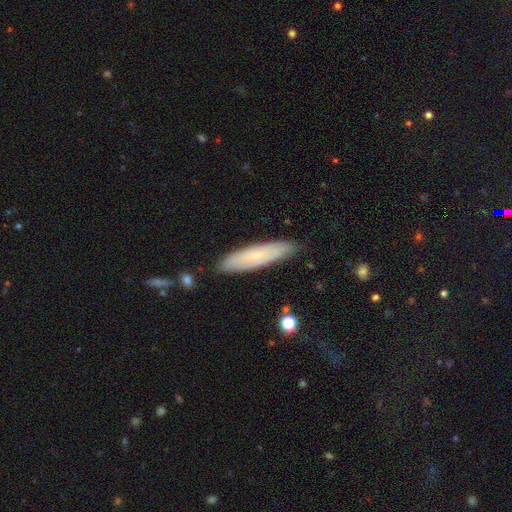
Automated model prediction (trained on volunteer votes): Smooth or featured?
  - smooth: 57% *
  - featured or disk: 36%
  - star or artifact: 7%
How rounded?
  - cigar-shaped: 76% *
  - in between: 23%
  - round: 2%
Merging?
  - none: 85% *
  - minor disturbance: 11%
  - major disturbance: 2%
  - merger: 2%